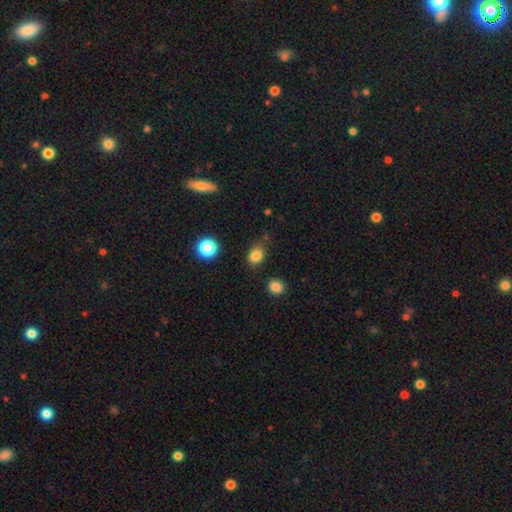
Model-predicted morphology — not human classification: A smooth galaxy with no disk features (83%) that is in between round and cigar-shaped (55%). Merging: none (75%).